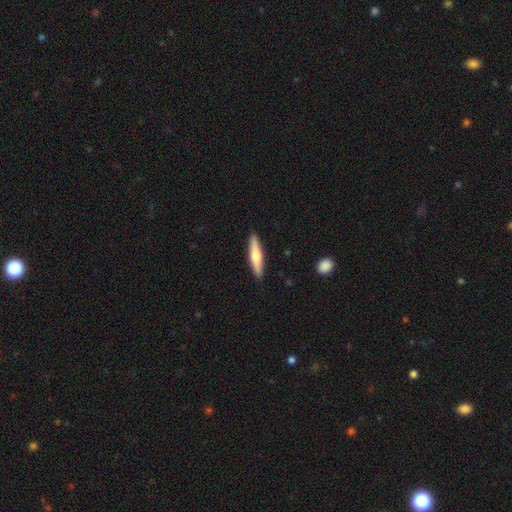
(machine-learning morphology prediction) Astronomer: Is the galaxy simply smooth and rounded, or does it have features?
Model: smooth — 51% (runner-up: featured or disk, 44%).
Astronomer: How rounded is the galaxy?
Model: cigar-shaped — 85%.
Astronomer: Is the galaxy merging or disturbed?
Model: none — 90%.